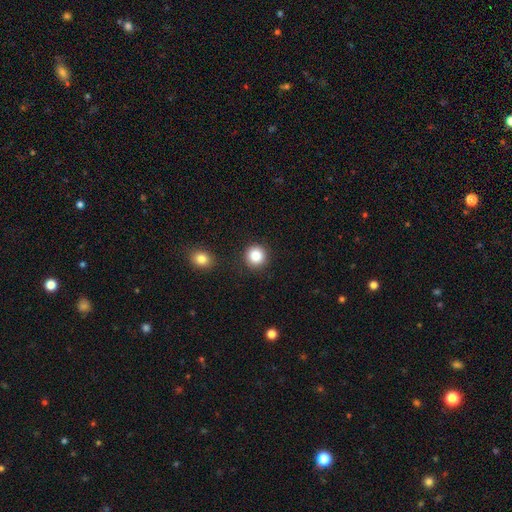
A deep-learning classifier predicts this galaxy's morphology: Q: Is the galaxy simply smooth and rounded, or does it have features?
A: smooth — 84%.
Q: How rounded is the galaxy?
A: round — 93%.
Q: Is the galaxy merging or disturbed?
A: none — 88%.